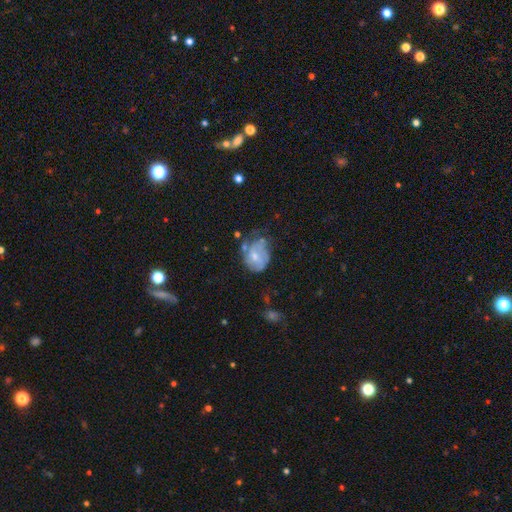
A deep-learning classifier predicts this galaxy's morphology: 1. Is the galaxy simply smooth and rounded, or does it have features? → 52% featured or disk, 40% smooth, 8% star or artifact.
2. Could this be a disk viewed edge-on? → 97% no, 3% yes.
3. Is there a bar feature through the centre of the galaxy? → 62% no, 33% weak, 6% strong.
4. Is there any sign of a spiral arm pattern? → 53% yes, 47% no.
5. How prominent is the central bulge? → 44% small, 43% moderate, 8% none, 3% large, 1% dominant.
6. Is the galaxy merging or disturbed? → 33% none, 32% minor disturbance, 27% major disturbance, 8% merger.